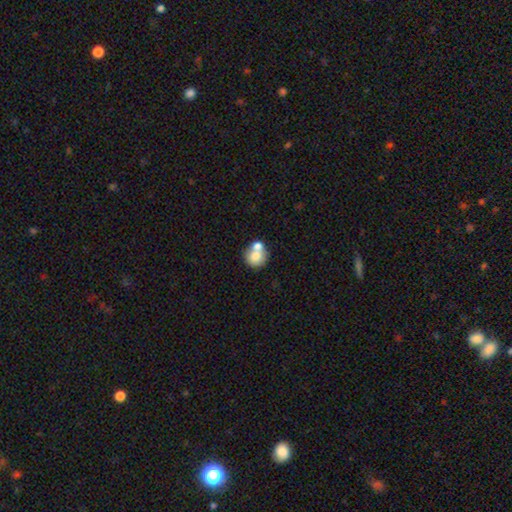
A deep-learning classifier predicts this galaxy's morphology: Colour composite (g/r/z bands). It shows a smooth galaxy with no disk features (74%) that is round (84%). Merging: merger (45%).